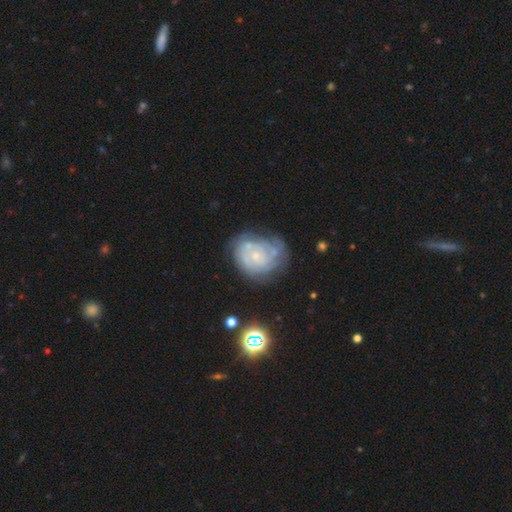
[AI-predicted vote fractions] The model was most divided on "spiral arm count": can't tell: 41%, 2: 21%, 3: 18%, 4: 9%, 1: 5%, more than 4: 5%. More confident: edge-on disk — no (98%); spiral arms — yes (91%); smooth or featured — featured or disk (78%); bar — no (76%); bulge size — small (75%); spiral winding — tight (71%); merging — none (59%).